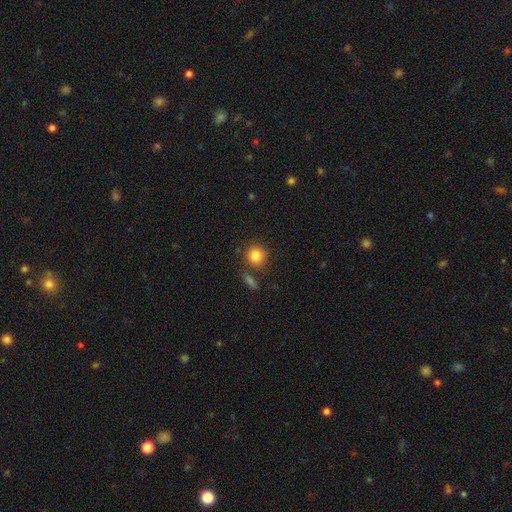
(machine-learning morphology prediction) smooth_or_featured: smooth (p=0.84) [alt: star or artifact p=0.09]
how_rounded: round (p=0.89) [alt: in between p=0.09]
merging: none (p=0.77) [alt: merger p=0.10]